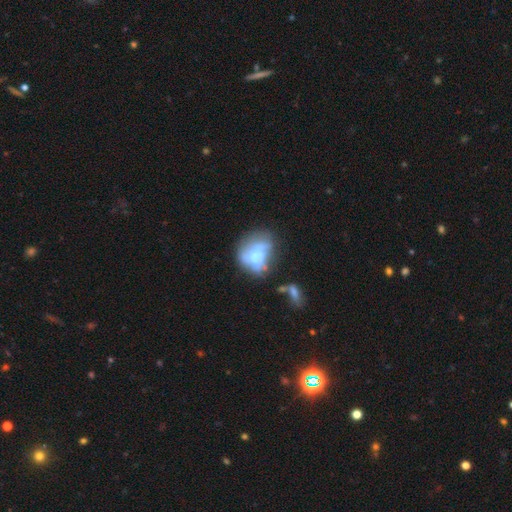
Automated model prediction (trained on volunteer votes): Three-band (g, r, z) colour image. It shows a featured or disk galaxy (48%). Merging: major disturbance (30%).